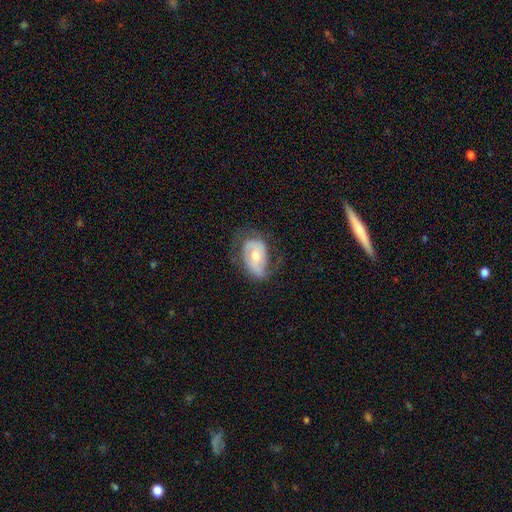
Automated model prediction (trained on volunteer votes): The model was most divided on "spiral winding": medium: 41%, tight: 31%, loose: 28%. Remaining: edge-on disk — no (95%); spiral arms — yes (82%); smooth or featured — featured or disk (66%); spiral arm count — 2 (62%); bulge size — moderate (60%); merging — none (51%); bar — no (49%).